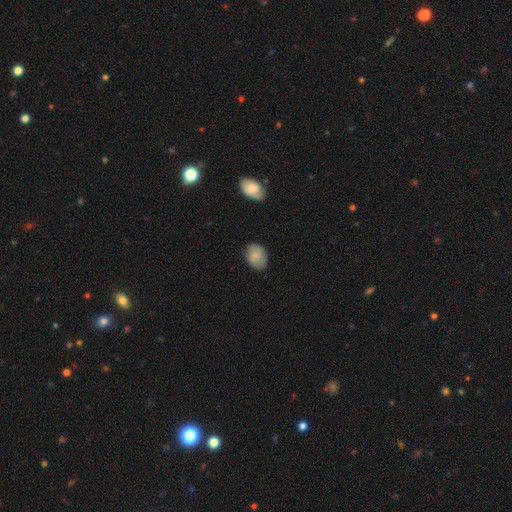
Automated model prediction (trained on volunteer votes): This is likely a smooth galaxy (77%). How rounded: likely in between (71%). Merging: likely none (74%).